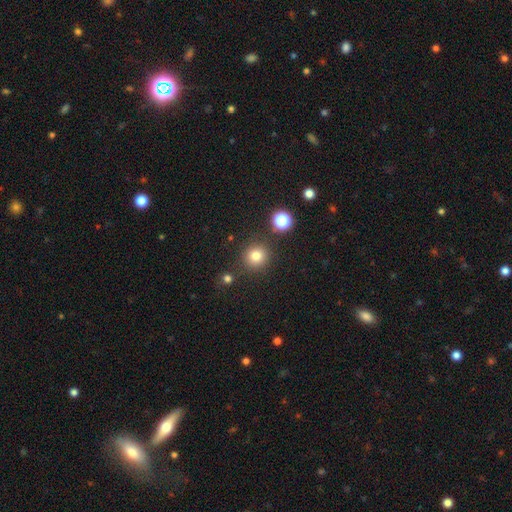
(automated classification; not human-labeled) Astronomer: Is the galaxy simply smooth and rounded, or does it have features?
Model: smooth — 80%.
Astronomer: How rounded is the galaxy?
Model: round — 91%.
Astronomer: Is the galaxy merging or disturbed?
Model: none — 84%.